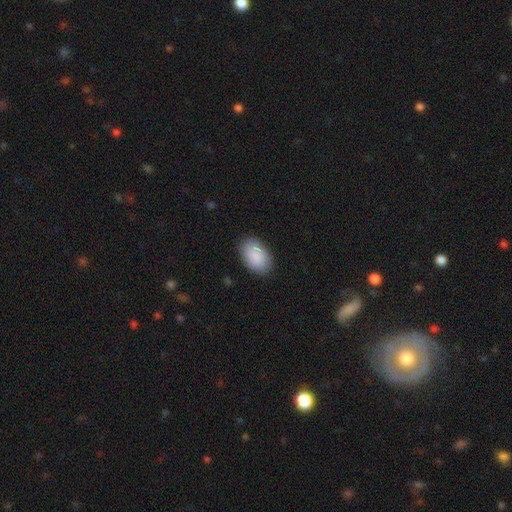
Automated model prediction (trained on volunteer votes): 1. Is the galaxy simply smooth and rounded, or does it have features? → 89% smooth, 6% star or artifact, 5% featured or disk.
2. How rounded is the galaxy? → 92% in between, 7% round, 1% cigar-shaped.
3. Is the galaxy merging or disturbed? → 86% none, 11% minor disturbance, 3% major disturbance, 1% merger.